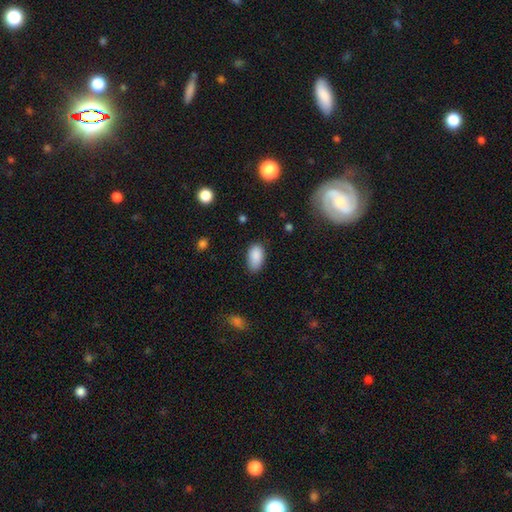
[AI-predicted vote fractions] Smooth or featured?
  - smooth: 88% *
  - star or artifact: 7%
  - featured or disk: 4%
How rounded?
  - in between: 94% *
  - round: 4%
  - cigar-shaped: 2%
Merging?
  - none: 74% *
  - minor disturbance: 21%
  - major disturbance: 4%
  - merger: 2%